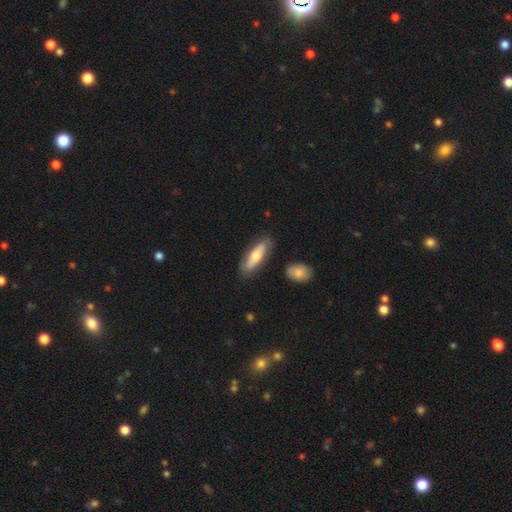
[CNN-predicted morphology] Smooth or featured: smooth — 58% (featured or disk — 36%)
How rounded: cigar-shaped — 53% (in between — 45%)
Merging: none — 82% (minor disturbance — 13%)